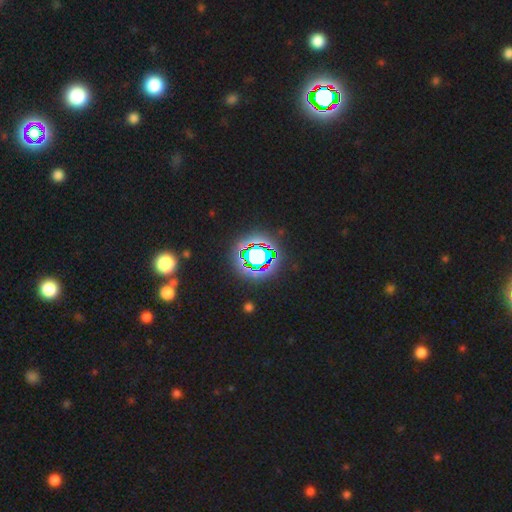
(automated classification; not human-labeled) Smooth or featured: star or artifact — 81% (smooth — 12%)